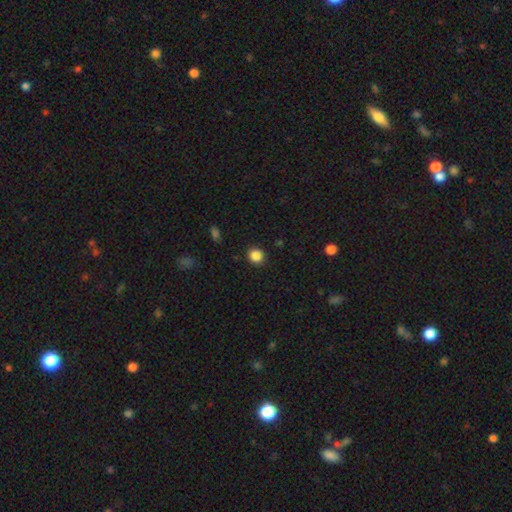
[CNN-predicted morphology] A smooth galaxy with no disk features (86%) that is round (85%). Merging: none (90%).